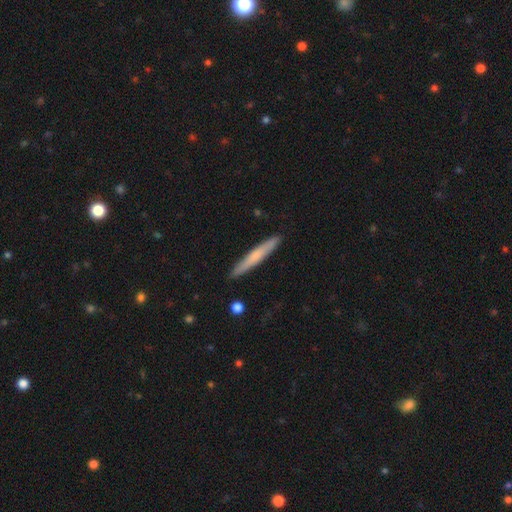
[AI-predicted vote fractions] This is likely a smooth galaxy (61%). How rounded: clearly cigar-shaped (95%). Merging: clearly none (90%).